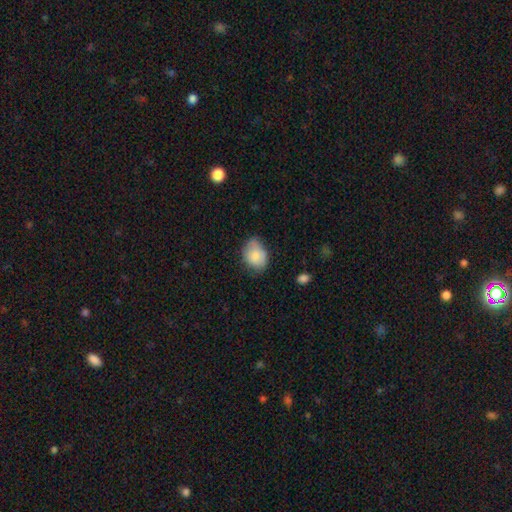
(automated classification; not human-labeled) Smooth or featured: smooth — 82% (featured or disk — 11%)
How rounded: in between — 67% (round — 32%)
Merging: none — 59% (minor disturbance — 33%)